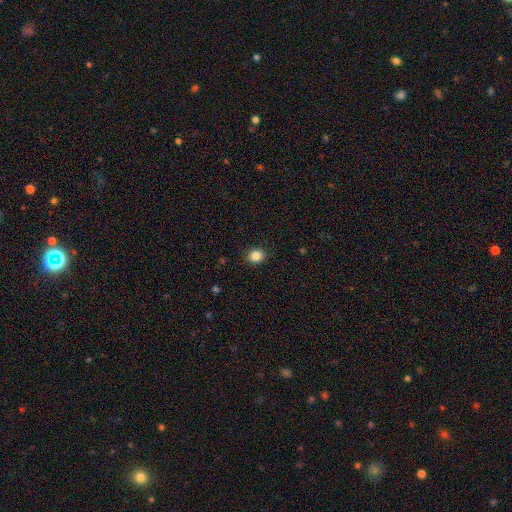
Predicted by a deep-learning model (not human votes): Smooth or featured: smooth — 86% (star or artifact — 10%)
How rounded: round — 71% (in between — 28%)
Merging: none — 89% (minor disturbance — 8%)